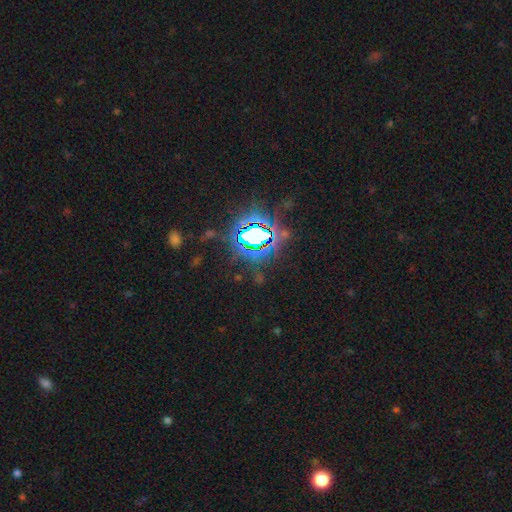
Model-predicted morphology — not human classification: star or artifact 81%, smooth 11%, featured or disk 8%.